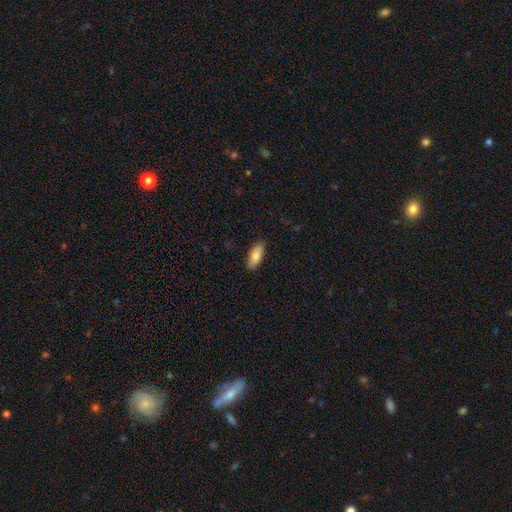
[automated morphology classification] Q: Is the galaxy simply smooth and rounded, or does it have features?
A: smooth — 85%.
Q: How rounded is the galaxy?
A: in between — 84%.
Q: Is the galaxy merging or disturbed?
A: none — 87%.